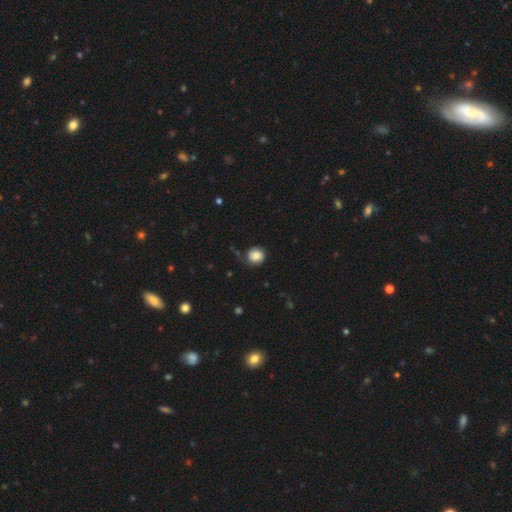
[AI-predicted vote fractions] Smooth or featured? Predicted: smooth (p=0.79). How rounded? Predicted: round (p=0.82). Merging? Predicted: none (p=0.69).